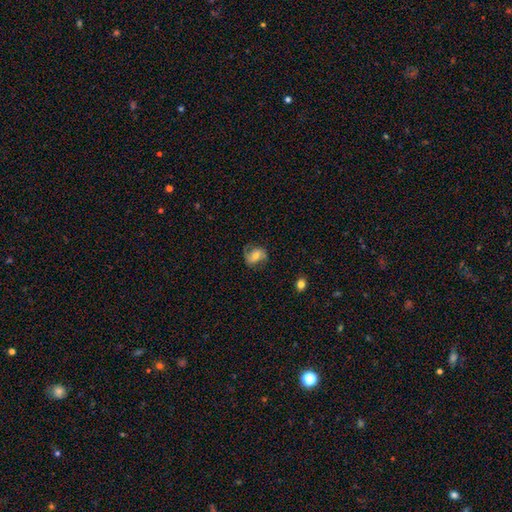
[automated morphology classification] smooth_or_featured: featured or disk (p=0.58) [alt: smooth p=0.34]
disk_edge_on: no (p=0.97) [alt: yes p=0.03]
bar: no (p=0.48) [alt: weak p=0.35]
has_spiral_arms: yes (p=0.88) [alt: no p=0.12]
bulge_size: moderate (p=0.59) [alt: small p=0.32]
merging: none (p=0.68) [alt: minor disturbance p=0.21]